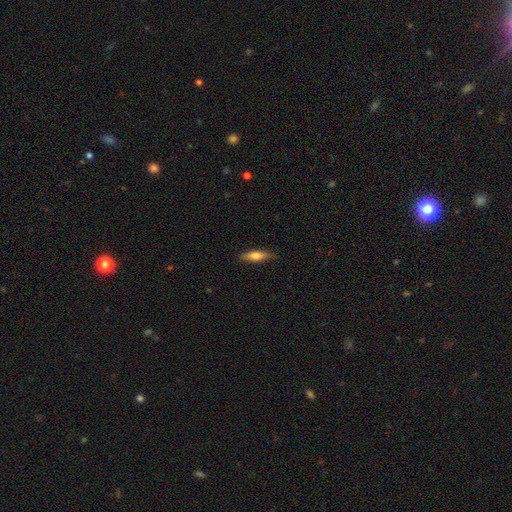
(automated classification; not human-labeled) Smooth or featured?
  - smooth: 65% *
  - featured or disk: 29%
  - star or artifact: 6%
How rounded?
  - cigar-shaped: 64% *
  - in between: 34%
  - round: 2%
Merging?
  - none: 83% *
  - minor disturbance: 14%
  - major disturbance: 2%
  - merger: 1%